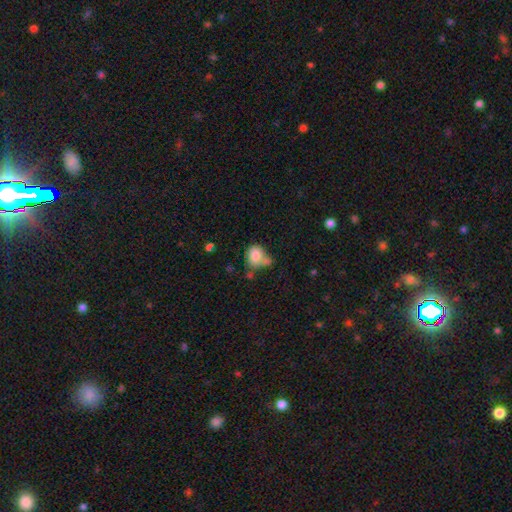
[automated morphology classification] smooth-or-featured: smooth: 81% | featured or disk: 10% | star or artifact: 9%
  how-rounded: round: 57% | in between: 42% | cigar-shaped: 1%
  merging: none: 41% | merger: 31% | minor disturbance: 19% | major disturbance: 8%